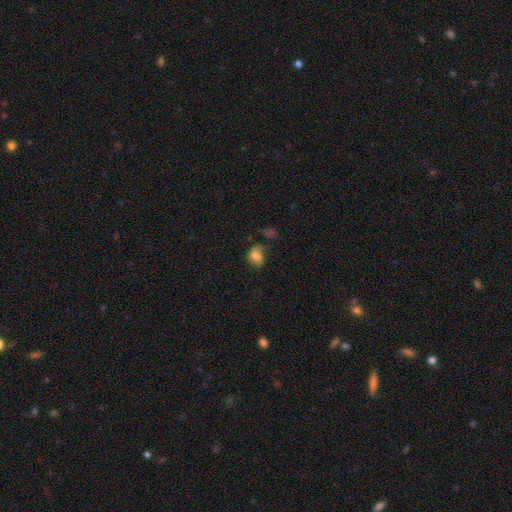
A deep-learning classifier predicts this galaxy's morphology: A smooth galaxy with no disk features (73%) that is in between round and cigar-shaped (57%).

Vote fractions:
- Smooth or featured? smooth: 73% / featured or disk: 17% / star or artifact: 10%
- How rounded? in between: 57% / round: 42% / cigar-shaped: 1%
- Merging? none: 40% / minor disturbance: 29% / major disturbance: 24% / merger: 7%